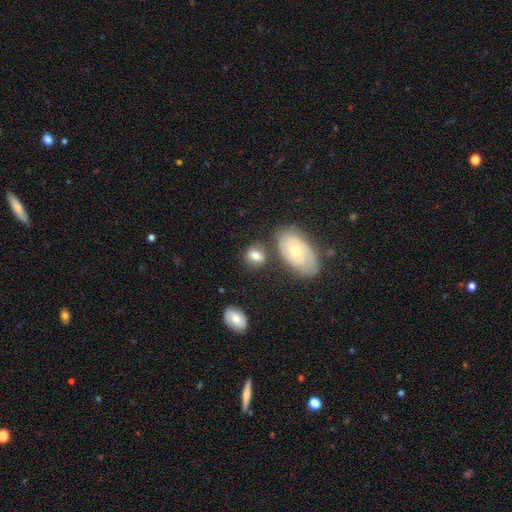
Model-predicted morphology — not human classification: type=smooth (64%); roundness=in between (57%); merging=none (63%).